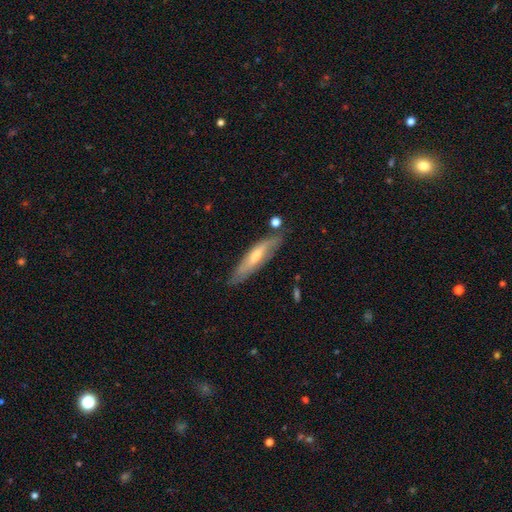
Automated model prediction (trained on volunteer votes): Overall: featured or disk (51%; smooth 43%). Edge-on disk: yes (64%; no 36%). Merging: none (74%).